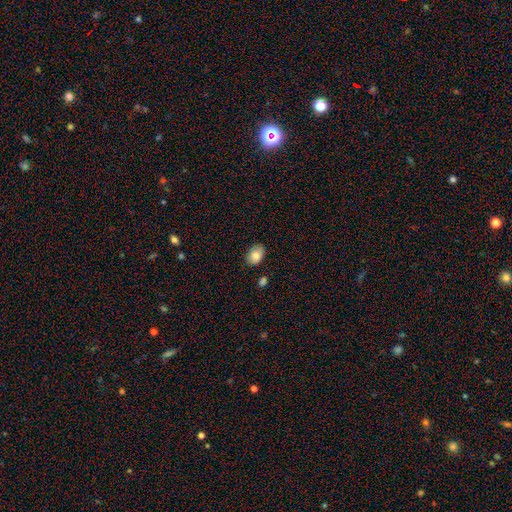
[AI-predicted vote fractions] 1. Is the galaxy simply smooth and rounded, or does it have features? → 84% smooth, 8% featured or disk, 8% star or artifact.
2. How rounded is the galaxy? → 82% in between, 17% round, 1% cigar-shaped.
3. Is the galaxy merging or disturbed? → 81% none, 14% minor disturbance, 3% merger, 3% major disturbance.